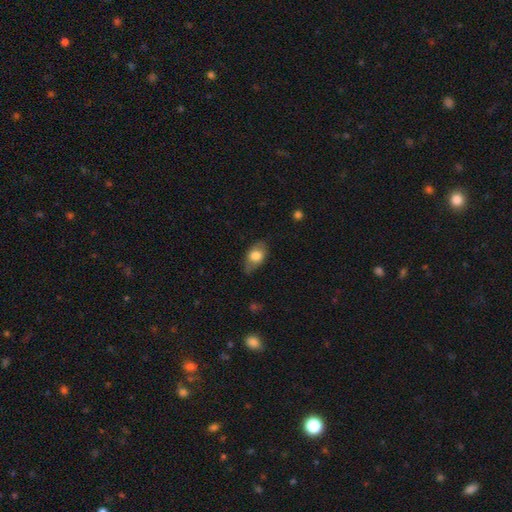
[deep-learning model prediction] This appears to be a smooth galaxy with no disk features (71%) that is in between round and cigar-shaped (86%). Merging: none (67%).